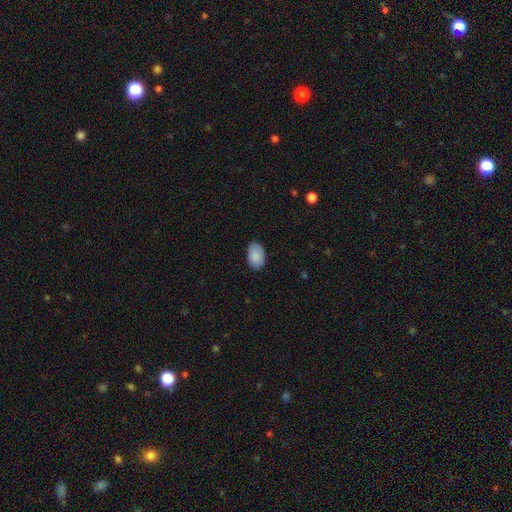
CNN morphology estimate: Overall: smooth (90%). How rounded: in between (91%). Merging: none (87%).